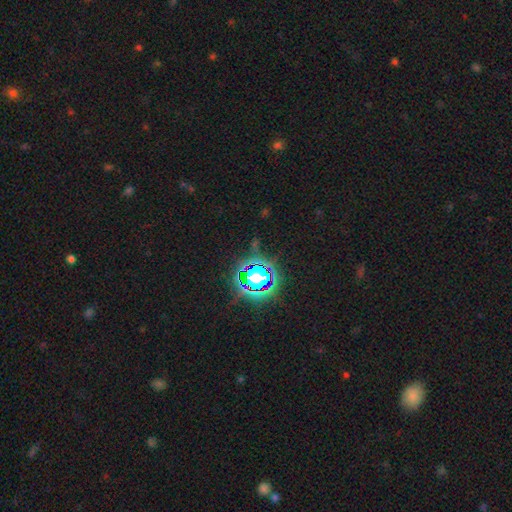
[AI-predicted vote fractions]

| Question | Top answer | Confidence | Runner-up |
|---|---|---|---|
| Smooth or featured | star or artifact | 80% | smooth (12%) |